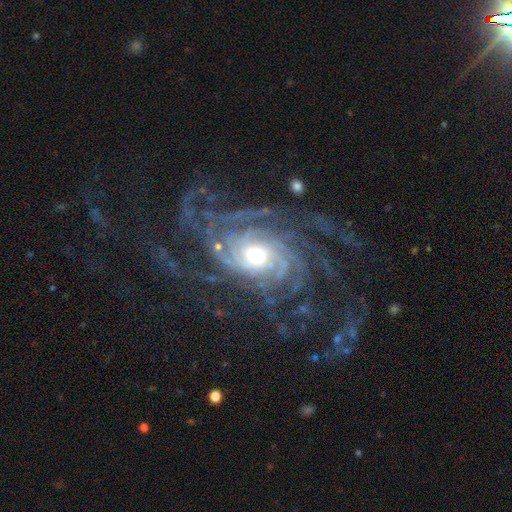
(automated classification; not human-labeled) The model was most divided on "spiral arm count": more than 4: 38%, 4: 19%, can't tell: 16%, 3: 10%, 2: 9%, 1: 8%. More confident: spiral arms — yes (98%); edge-on disk — no (96%); smooth or featured — featured or disk (91%); bar — no (69%); merging — none (68%); spiral winding — tight (64%); bulge size — moderate (55%).